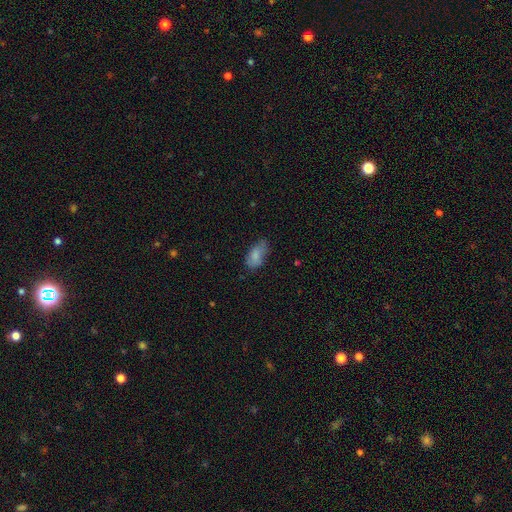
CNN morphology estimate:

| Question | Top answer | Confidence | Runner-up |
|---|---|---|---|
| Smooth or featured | smooth | 82% | featured or disk (11%) |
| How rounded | in between | 92% | round (4%) |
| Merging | none | 57% | minor disturbance (32%) |